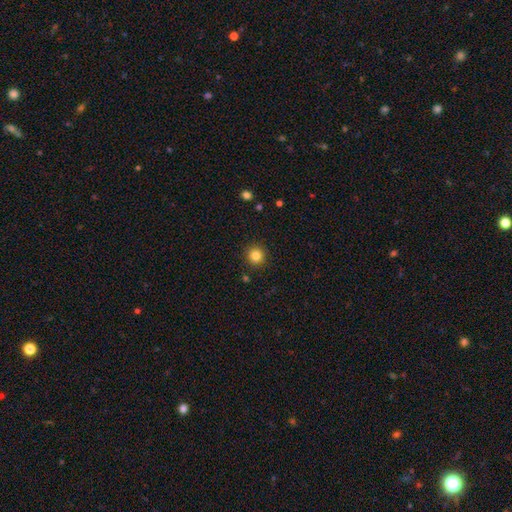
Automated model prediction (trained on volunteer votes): Smooth or featured? Predicted: smooth (p=0.83). How rounded? Predicted: round (p=0.94). Merging? Predicted: none (p=0.91).